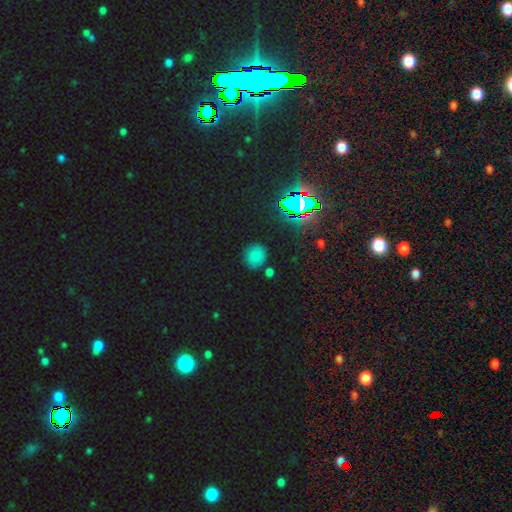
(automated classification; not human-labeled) Smooth or featured? Predicted: smooth (p=0.64). How rounded? Predicted: round (p=0.81). Merging? Predicted: none (p=0.82).